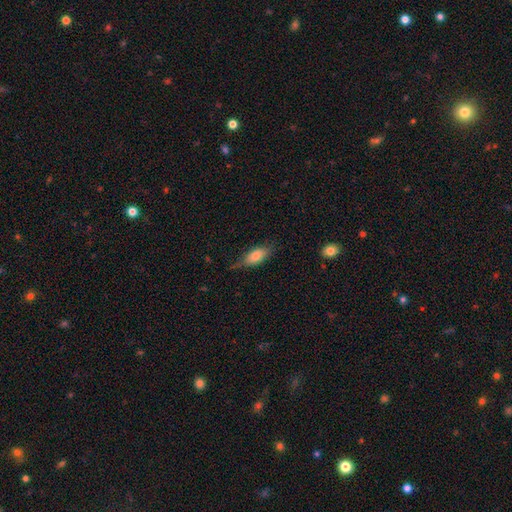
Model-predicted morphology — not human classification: Smooth or featured? smooth (77%)
How rounded? in between (79%)
Merging? none (62%)